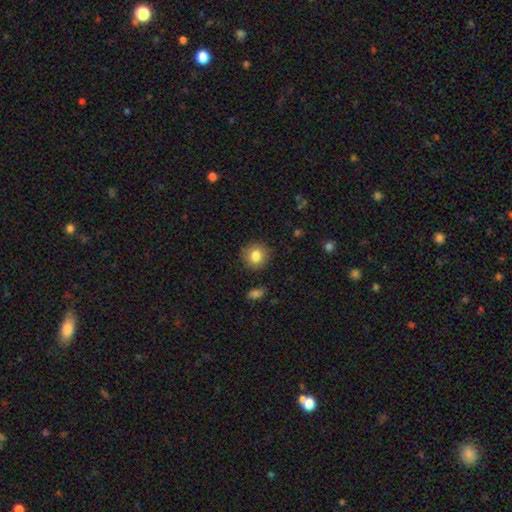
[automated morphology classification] Smooth or featured? Predicted: smooth (p=0.83). How rounded? Predicted: round (p=0.89). Merging? Predicted: none (p=0.89).